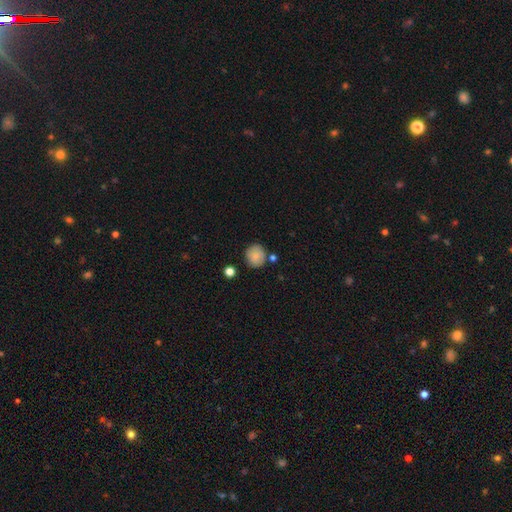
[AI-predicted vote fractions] Smooth or featured?
  - smooth: 85% *
  - star or artifact: 8%
  - featured or disk: 7%
How rounded?
  - round: 86% *
  - in between: 13%
  - cigar-shaped: 1%
Merging?
  - none: 79% *
  - minor disturbance: 12%
  - merger: 6%
  - major disturbance: 3%